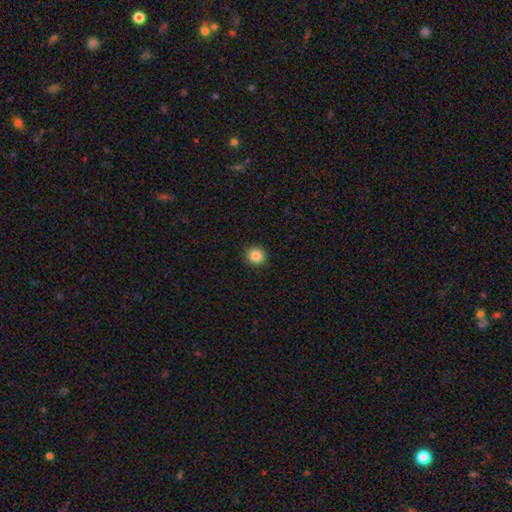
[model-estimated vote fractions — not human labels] This appears to be a smooth galaxy with no disk features (85%) that is round (93%). Merging: none (93%).